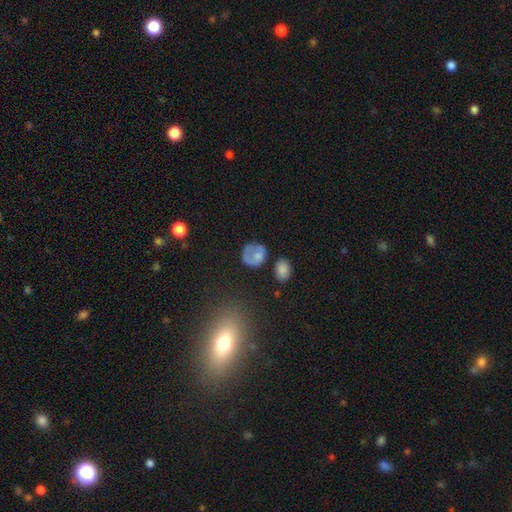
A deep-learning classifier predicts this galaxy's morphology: Smooth or featured? smooth (66%)
How rounded? round (67%)
Merging? none (45%)